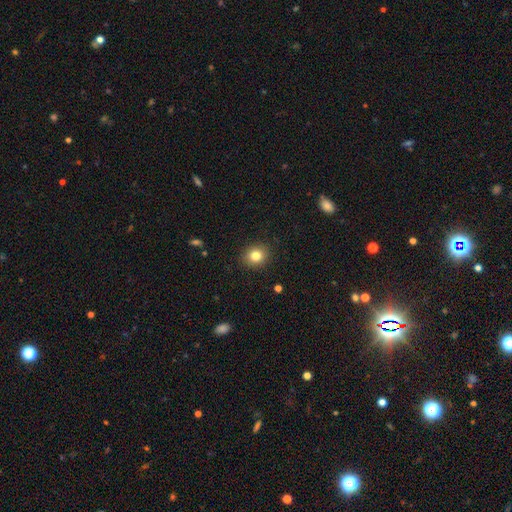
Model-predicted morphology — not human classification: Smooth or featured: smooth — 81% (star or artifact — 11%)
How rounded: round — 76% (in between — 23%)
Merging: none — 90% (minor disturbance — 7%)